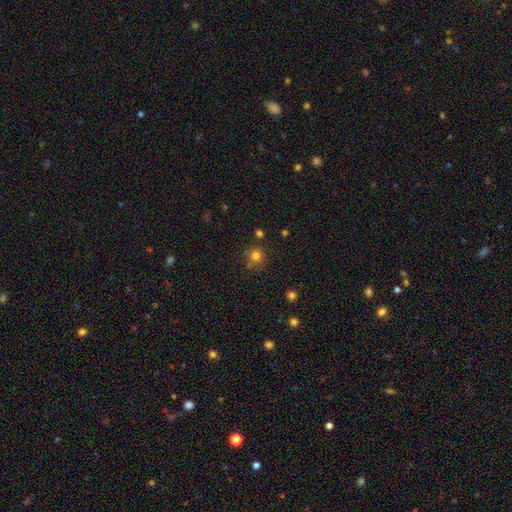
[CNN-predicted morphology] The model was most divided on "merging": none: 73%, minor disturbance: 12%, merger: 10%, major disturbance: 4%. More confident: how rounded — round (90%); smooth or featured — smooth (77%).